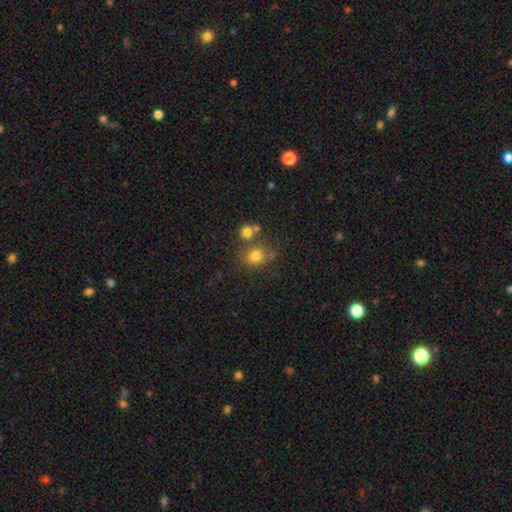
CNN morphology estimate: Smooth or featured: smooth — 77% (star or artifact — 13%)
How rounded: round — 74% (in between — 25%)
Merging: none — 60% (merger — 21%)